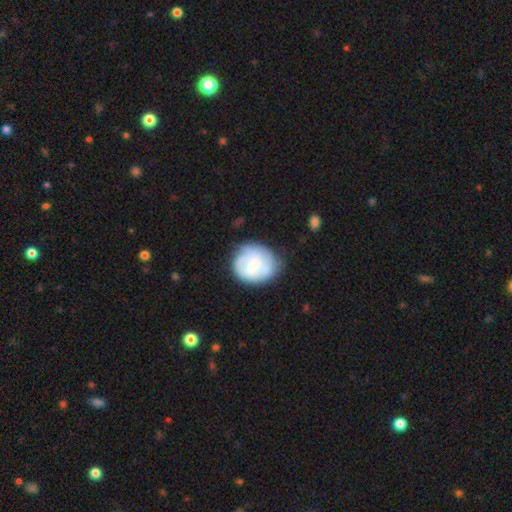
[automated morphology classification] smooth 50%, featured or disk 43%, star or artifact 7%. Down the decision tree: how rounded — round (76%); merging — none (60%).